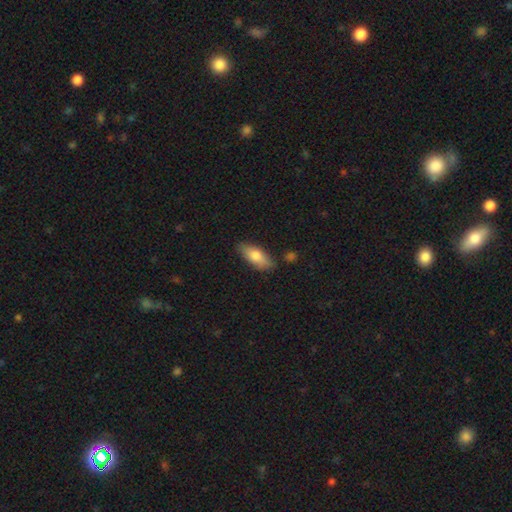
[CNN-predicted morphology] Smooth or featured?
  - smooth: 76% *
  - featured or disk: 18%
  - star or artifact: 6%
How rounded?
  - in between: 79% *
  - cigar-shaped: 19%
  - round: 3%
Merging?
  - none: 80% *
  - minor disturbance: 14%
  - merger: 3%
  - major disturbance: 3%